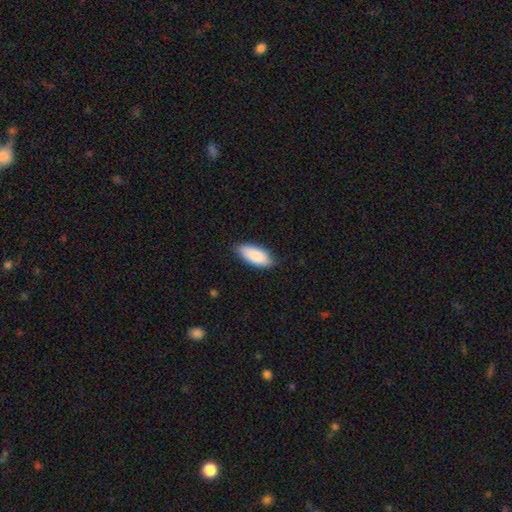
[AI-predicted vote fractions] A smooth galaxy with no disk features (86%) that is in between round and cigar-shaped (87%).

Vote fractions:
- Smooth or featured? smooth: 86% / featured or disk: 8% / star or artifact: 6%
- How rounded? in between: 87% / cigar-shaped: 11% / round: 2%
- Merging? none: 81% / minor disturbance: 16% / major disturbance: 2% / merger: 1%